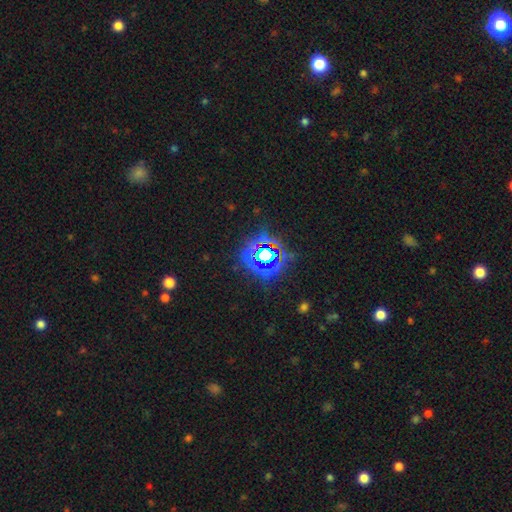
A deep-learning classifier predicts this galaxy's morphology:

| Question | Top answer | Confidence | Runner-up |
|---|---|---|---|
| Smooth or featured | star or artifact | 80% | smooth (13%) |